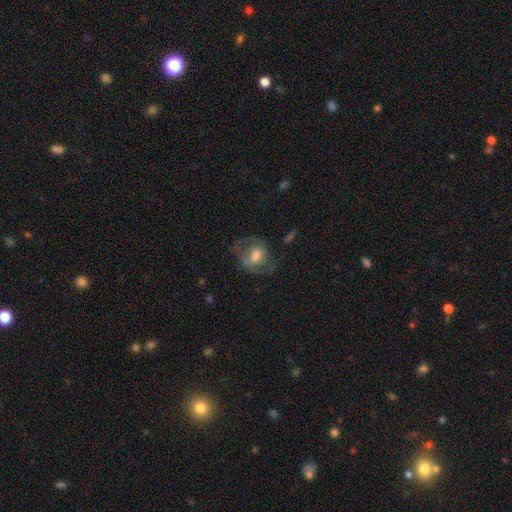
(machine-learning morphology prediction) A featured or disk galaxy (57%) with no bar (62%), spiral arms (60%) and a moderate central bulge (46%). Merging: none (50%).